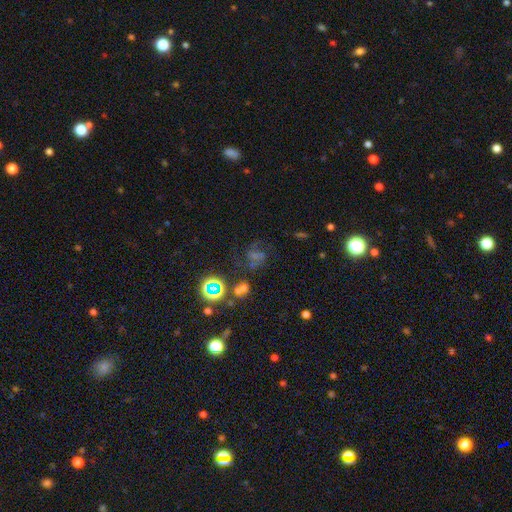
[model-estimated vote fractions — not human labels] A featured or disk galaxy (38%, tied with star or artifact). Merging: none (58%).